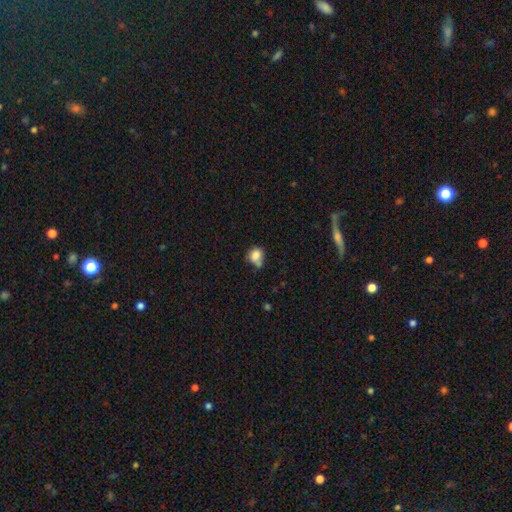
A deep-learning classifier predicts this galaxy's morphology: A smooth galaxy with no disk features (82%) that is round (65%).

Vote fractions:
- Smooth or featured? smooth: 82% / star or artifact: 10% / featured or disk: 8%
- How rounded? round: 65% / in between: 34% / cigar-shaped: 1%
- Merging? none: 45% / minor disturbance: 27% / merger: 19% / major disturbance: 9%